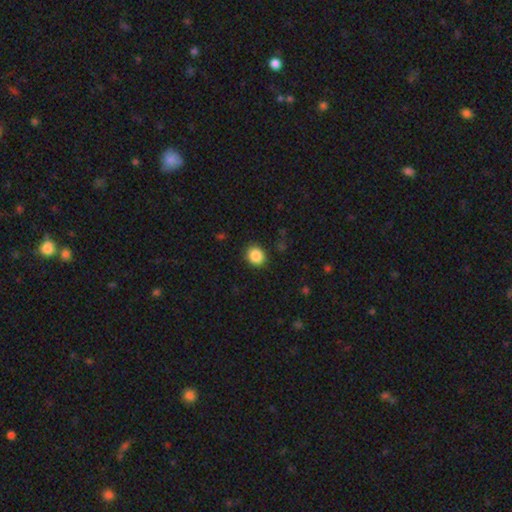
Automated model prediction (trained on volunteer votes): This is clearly a smooth galaxy (87%). How rounded: likely round (69%). Merging: clearly none (88%).